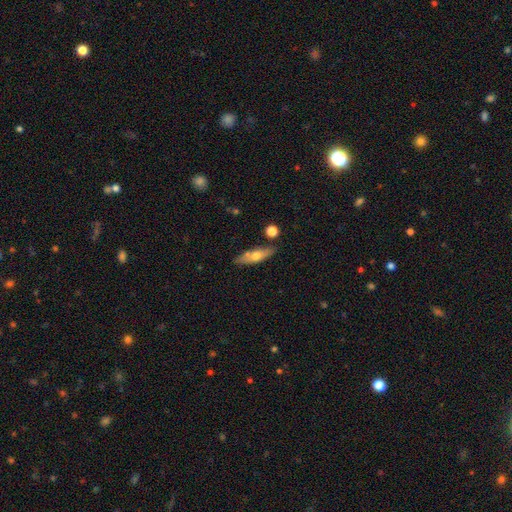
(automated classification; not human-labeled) smooth-or-featured: smooth: 54% | featured or disk: 40% | star or artifact: 6%
  how-rounded: cigar-shaped: 59% | in between: 38% | round: 3%
  merging: none: 77% | minor disturbance: 13% | merger: 7% | major disturbance: 3%